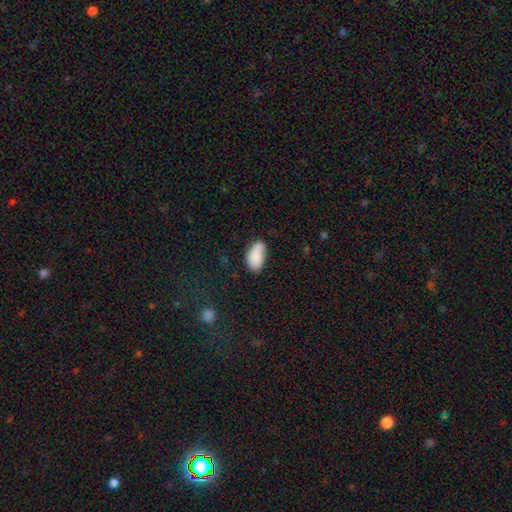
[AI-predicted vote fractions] Smooth or featured: smooth — 85% (star or artifact — 8%)
How rounded: in between — 94% (round — 4%)
Merging: none — 59% (minor disturbance — 28%)